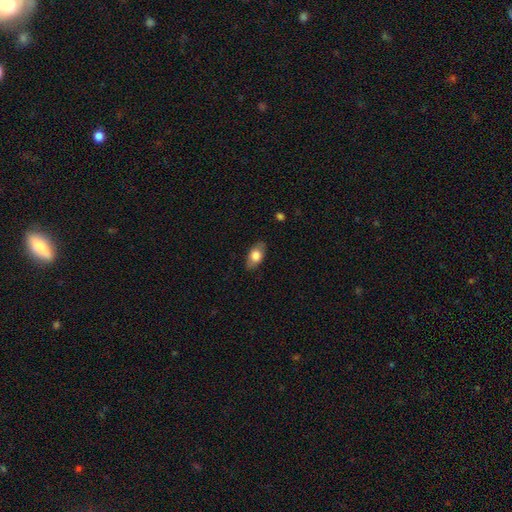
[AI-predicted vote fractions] This is likely a smooth galaxy (75%). How rounded: clearly in between (90%). Merging: clearly none (84%).